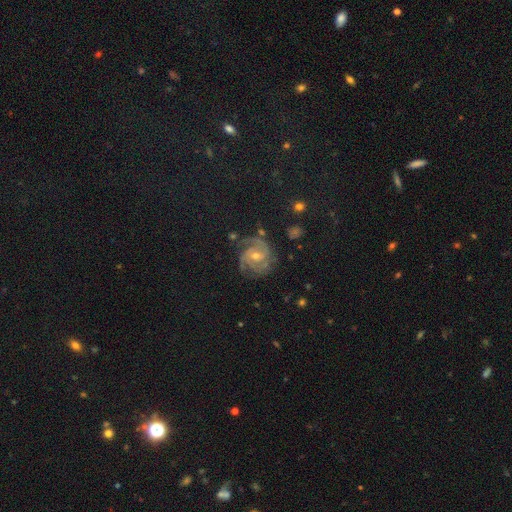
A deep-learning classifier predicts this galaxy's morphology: featured or disk 70%, star or artifact 19%, smooth 11%. Down the decision tree: edge-on disk — no (98%); bar — no (51%); spiral arms — yes (96%); spiral arm count — 3 (30%); spiral winding — tight (57%); bulge size — small (51%); merging — none (76%).